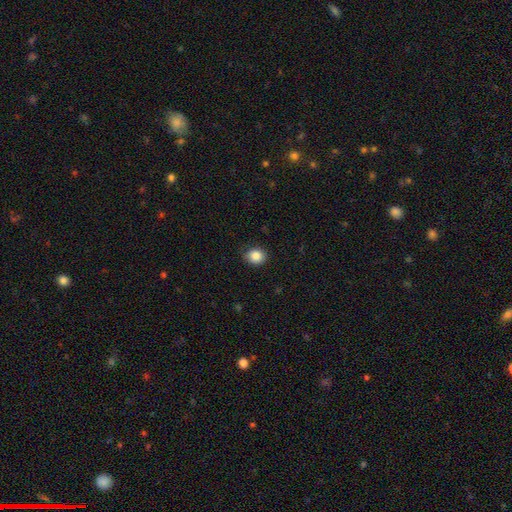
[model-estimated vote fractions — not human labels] A smooth galaxy with no disk features (86%) that is round (68%). Merging: none (87%).